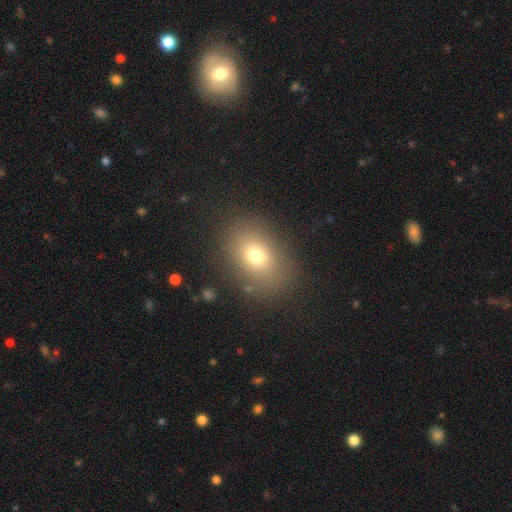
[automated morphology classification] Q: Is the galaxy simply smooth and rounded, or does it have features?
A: smooth — 73%.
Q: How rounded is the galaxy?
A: in between — 72%.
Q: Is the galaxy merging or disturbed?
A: none — 83%.